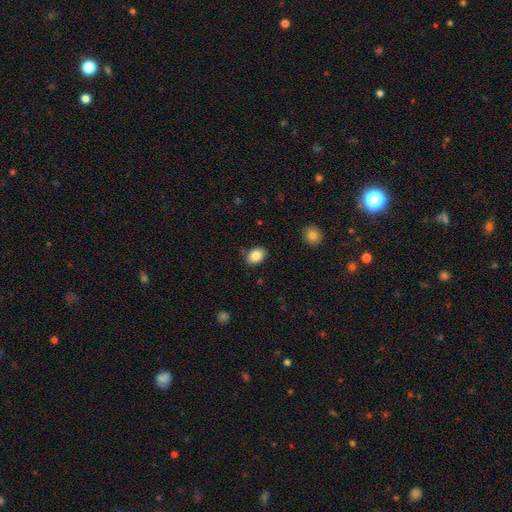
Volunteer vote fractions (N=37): smooth_or_featured: smooth (p=0.97) [alt: star or artifact p=0.03]
how_rounded: in between (p=0.89) [alt: round p=0.11]
merging: none (p=0.78) [alt: minor disturbance p=0.19]